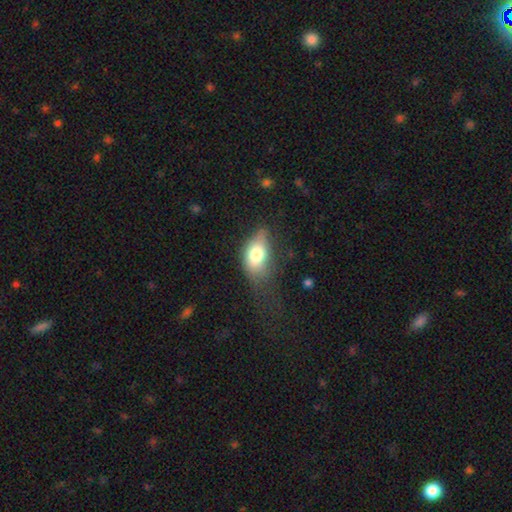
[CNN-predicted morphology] This is likely a smooth galaxy (73%). How rounded: clearly in between (87%). Merging: marginally none (35%, tied with minor disturbance).